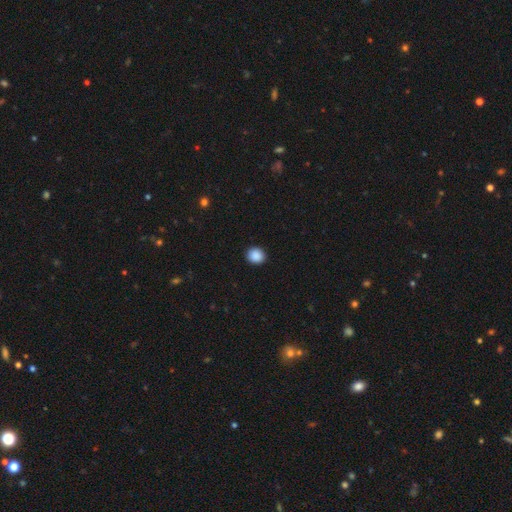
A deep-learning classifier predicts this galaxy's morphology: Smooth or featured? smooth (89%)
How rounded? round (82%)
Merging? none (92%)